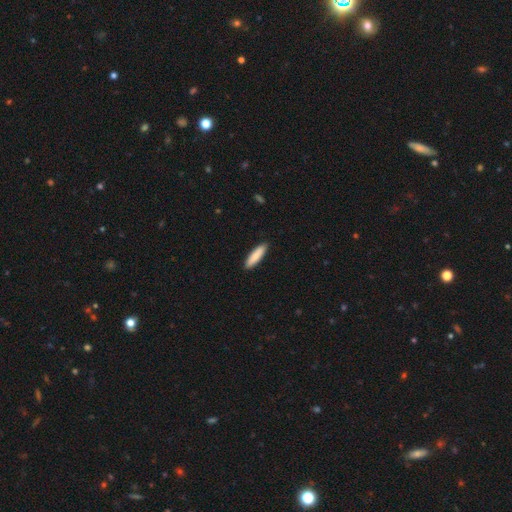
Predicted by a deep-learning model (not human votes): The model was most divided on "how rounded": cigar-shaped: 73%, in between: 26%, round: 1%. More confident: merging — none (91%); smooth or featured — smooth (86%).